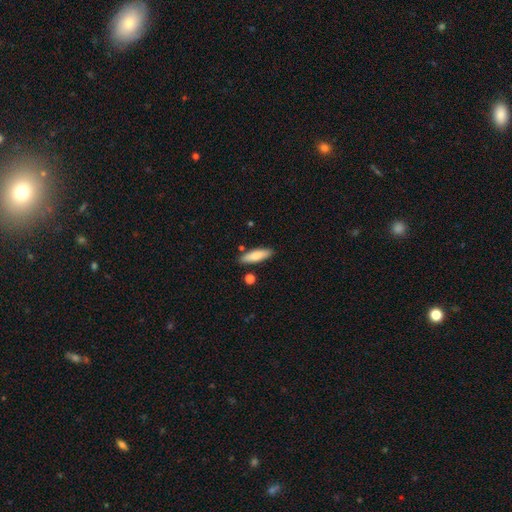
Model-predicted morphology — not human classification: This is likely a smooth galaxy (79%). How rounded: possibly cigar-shaped (55%). Merging: clearly none (84%).